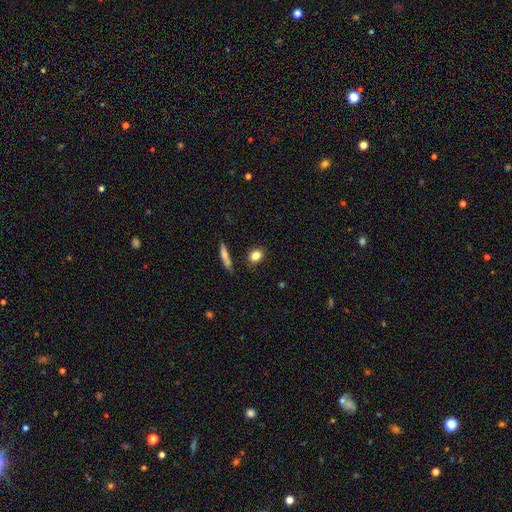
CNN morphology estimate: Overall: smooth (83%). How rounded: in between (57%; round 38%). Merging: none (82%).